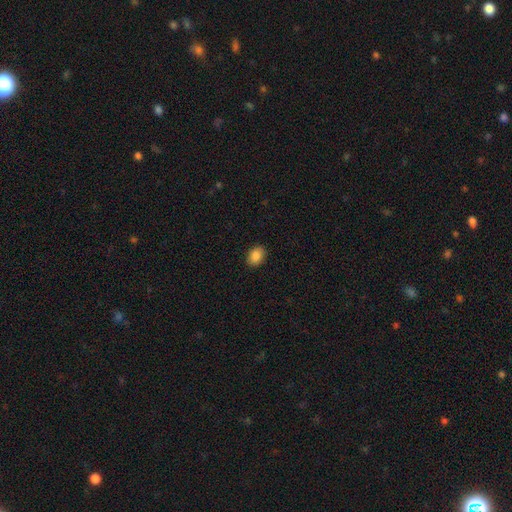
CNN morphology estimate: smooth_or_featured: smooth (p=0.88) [alt: star or artifact p=0.08]
how_rounded: in between (p=0.76) [alt: round p=0.23]
merging: none (p=0.90) [alt: minor disturbance p=0.07]